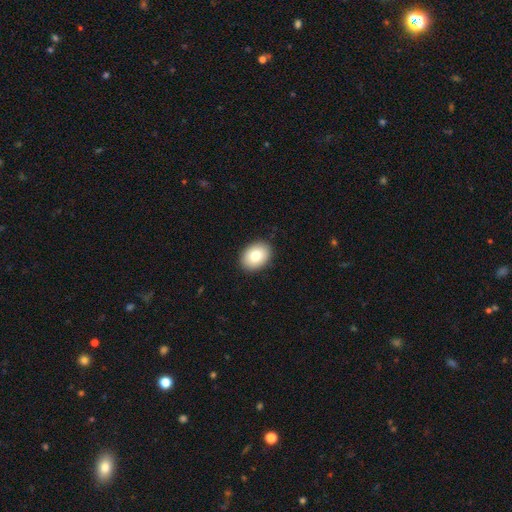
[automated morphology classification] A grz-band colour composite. It shows a smooth galaxy with no disk features (80%) that is in between round and cigar-shaped (69%). Merging: none (90%).